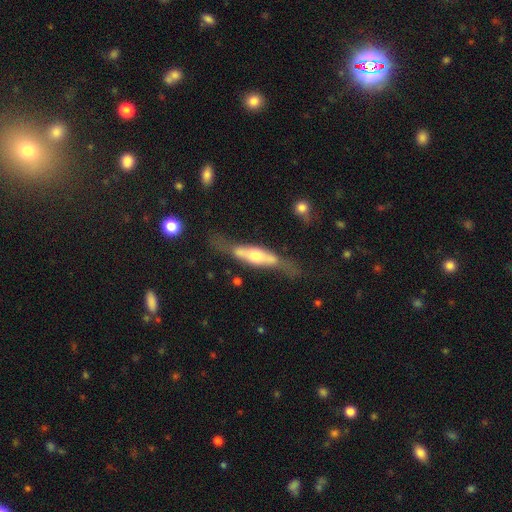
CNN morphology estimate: featured or disk 61%, smooth 34%, star or artifact 6%. Down the decision tree: edge-on disk — yes (67%); merging — none (56%).